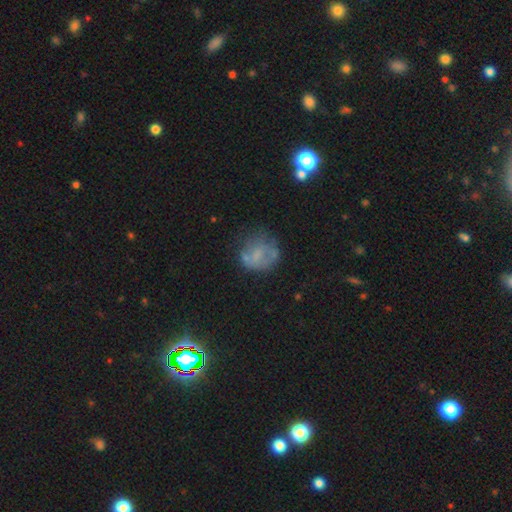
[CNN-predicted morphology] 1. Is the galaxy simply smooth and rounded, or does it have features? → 48% smooth, 41% featured or disk, 11% star or artifact.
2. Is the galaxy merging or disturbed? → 50% none, 25% minor disturbance, 19% major disturbance, 6% merger.